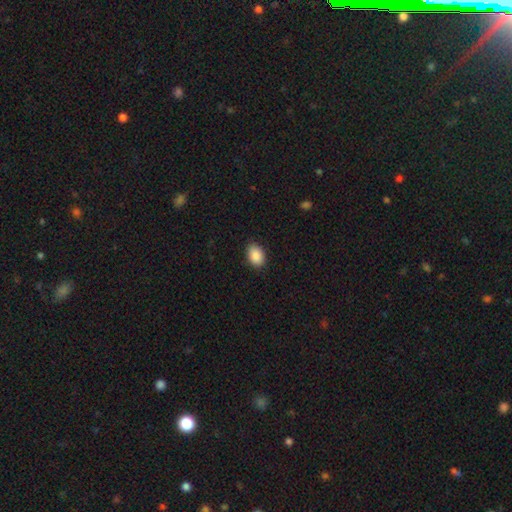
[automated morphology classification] This is clearly a smooth galaxy (89%). How rounded: clearly in between (80%). Merging: clearly none (87%).